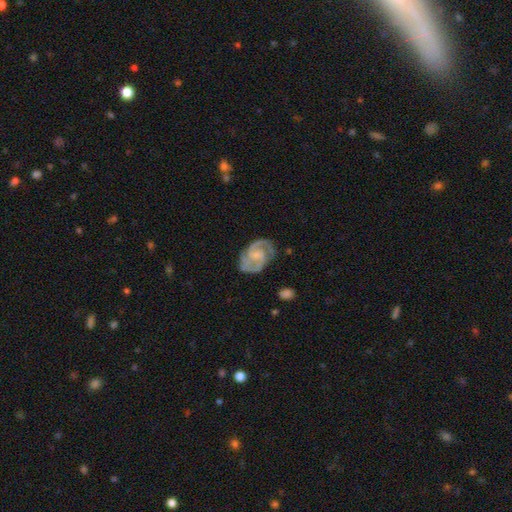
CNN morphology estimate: type=featured or disk (88%); edge-on=no (98%); bar=weak (47%); spiral arms=yes (97%); winding=medium (54%); arm count=2 (85%); bulge=small (45%); merging=none (75%).